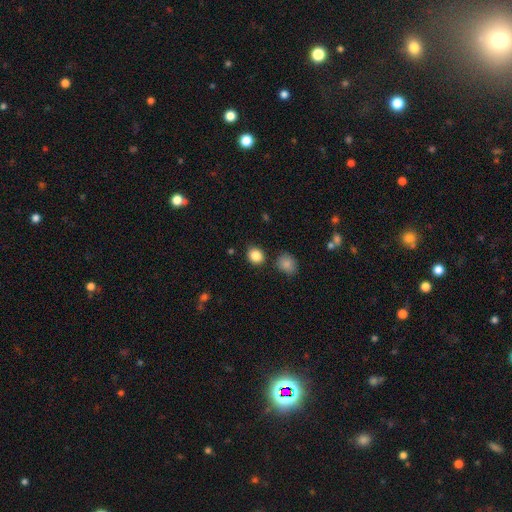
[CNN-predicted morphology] This appears to be a smooth galaxy with no disk features (86%) that is round (70%). Merging: none (83%).